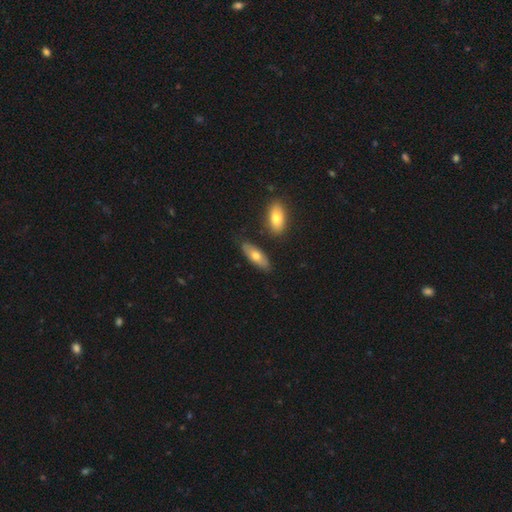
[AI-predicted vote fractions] Smooth or featured?
  - smooth: 65% *
  - featured or disk: 30%
  - star or artifact: 6%
How rounded?
  - in between: 71% *
  - cigar-shaped: 26%
  - round: 3%
Merging?
  - none: 78% *
  - minor disturbance: 14%
  - merger: 5%
  - major disturbance: 3%